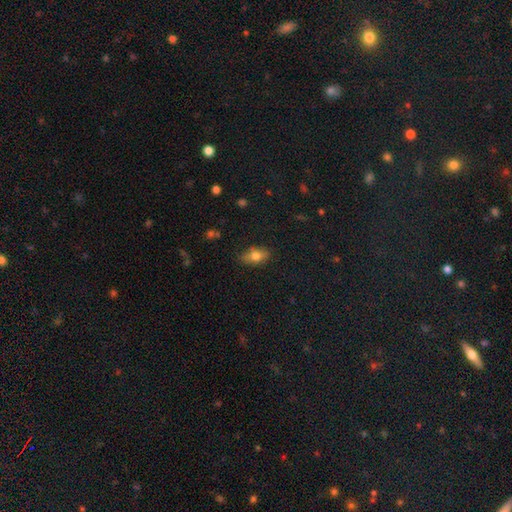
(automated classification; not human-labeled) A smooth galaxy with no disk features (73%) that is in between round and cigar-shaped (84%).

Vote fractions:
- Smooth or featured? smooth: 73% / featured or disk: 18% / star or artifact: 9%
- How rounded? in between: 84% / round: 9% / cigar-shaped: 7%
- Merging? none: 80% / minor disturbance: 15% / major disturbance: 3% / merger: 1%